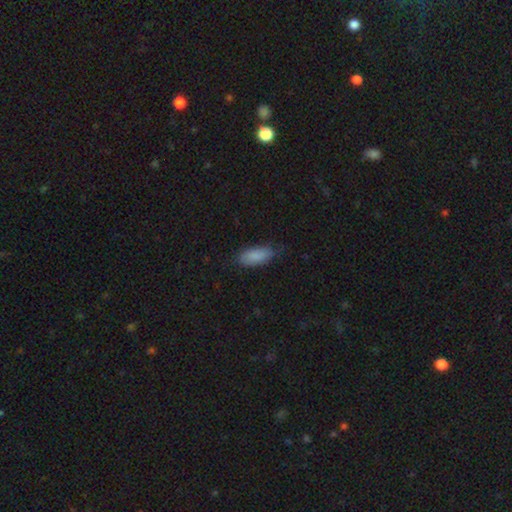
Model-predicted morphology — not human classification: smooth-or-featured: smooth: 87% | featured or disk: 7% | star or artifact: 7%
  how-rounded: in between: 82% | cigar-shaped: 16% | round: 2%
  merging: none: 73% | minor disturbance: 22% | major disturbance: 4% | merger: 1%